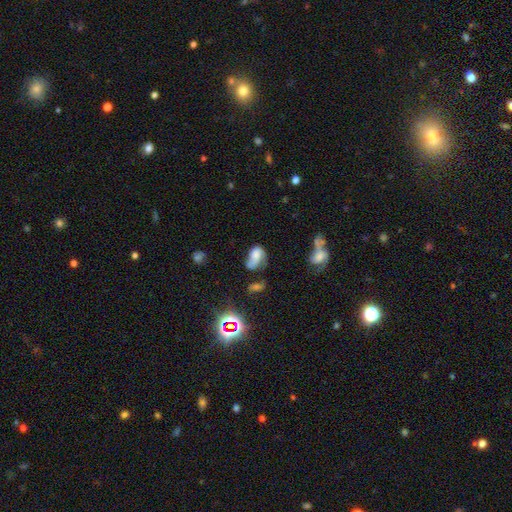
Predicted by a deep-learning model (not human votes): Morphology: type=smooth (47%); merging=major disturbance (32%).